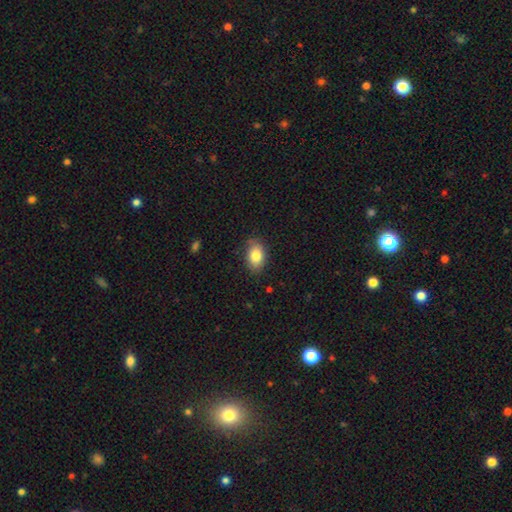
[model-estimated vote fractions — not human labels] smooth_or_featured: smooth (p=0.83) [alt: featured or disk p=0.09]
how_rounded: in between (p=0.87) [alt: round p=0.12]
merging: none (p=0.82) [alt: minor disturbance p=0.14]